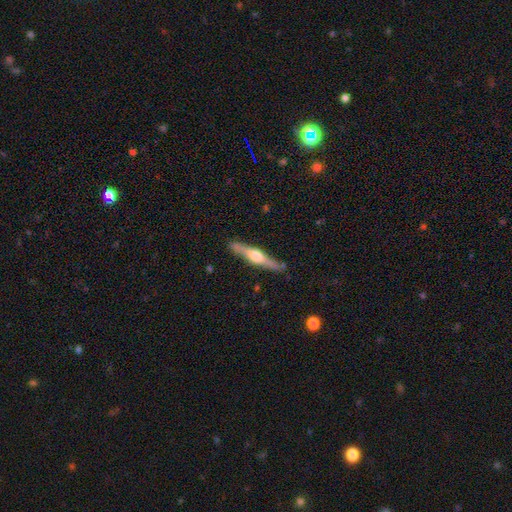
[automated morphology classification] Q: Smooth or featured?
A: featured or disk (71%); runner-up: smooth (24%)
Q: Edge-on disk?
A: yes (97%); runner-up: no (3%)
Q: Edge-on bulge?
A: rounded (89%); runner-up: boxy (8%)
Q: Merging?
A: none (86%); runner-up: minor disturbance (10%)